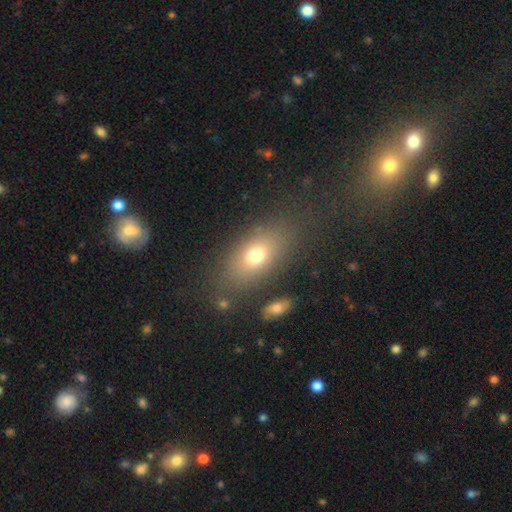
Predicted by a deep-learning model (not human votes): A smooth galaxy with no disk features (71%) that is in between round and cigar-shaped (78%). Merging: none (76%).